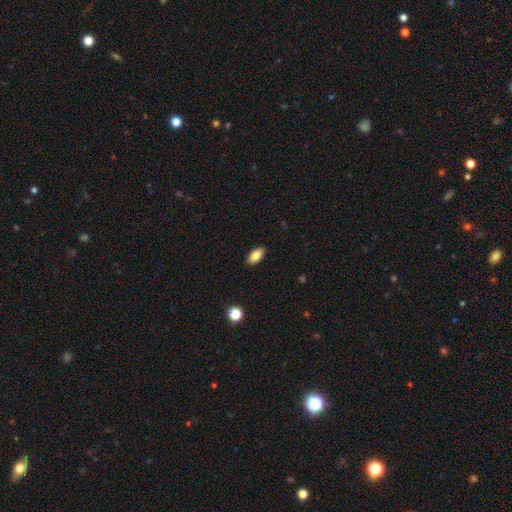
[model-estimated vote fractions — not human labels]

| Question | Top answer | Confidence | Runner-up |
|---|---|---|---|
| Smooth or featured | smooth | 86% | star or artifact (8%) |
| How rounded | in between | 92% | cigar-shaped (5%) |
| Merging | none | 89% | minor disturbance (8%) |